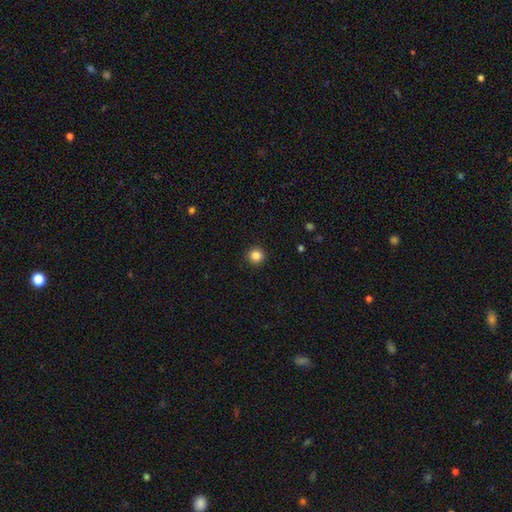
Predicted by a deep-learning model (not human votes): Smooth or featured? smooth (85%)
How rounded? round (93%)
Merging? none (92%)